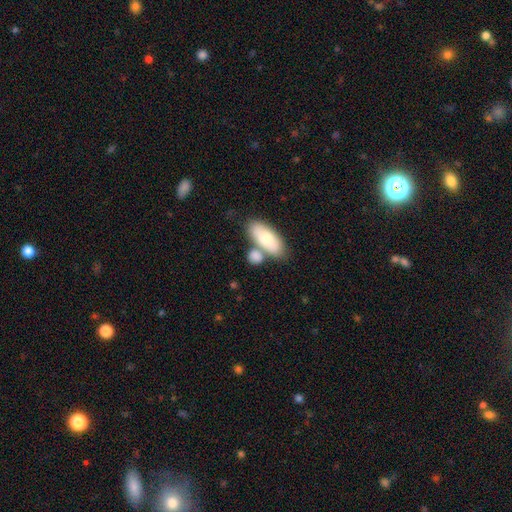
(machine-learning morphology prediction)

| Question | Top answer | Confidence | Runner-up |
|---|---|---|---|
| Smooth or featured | smooth | 79% | featured or disk (15%) |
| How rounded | in between | 77% | round (12%) |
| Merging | none | 48% | merger (34%) |